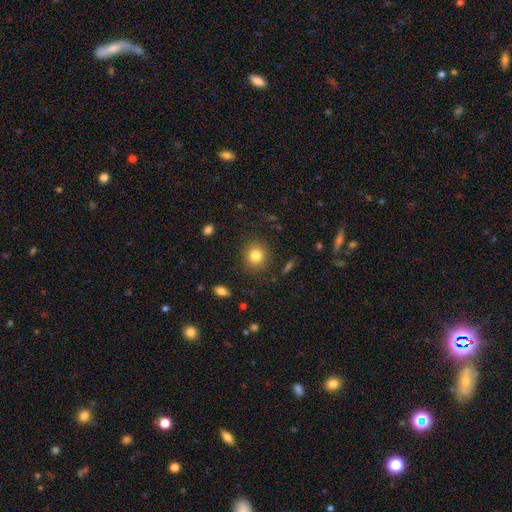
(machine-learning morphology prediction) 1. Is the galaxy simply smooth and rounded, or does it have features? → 81% smooth, 11% star or artifact, 8% featured or disk.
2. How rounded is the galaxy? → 86% round, 13% in between, 1% cigar-shaped.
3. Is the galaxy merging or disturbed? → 88% none, 8% minor disturbance, 3% major disturbance, 1% merger.